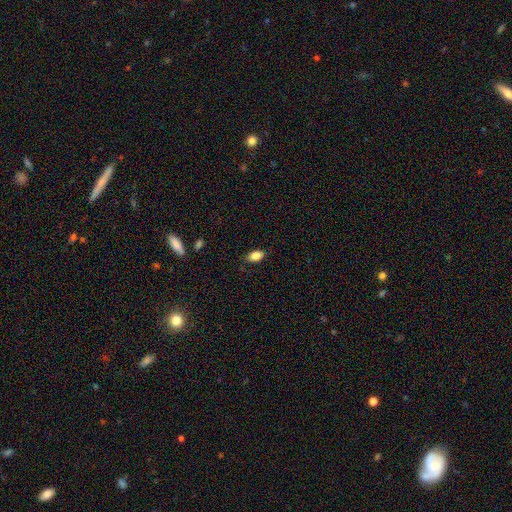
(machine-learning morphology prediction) Overall: smooth (86%). How rounded: in between (90%). Merging: none (82%).